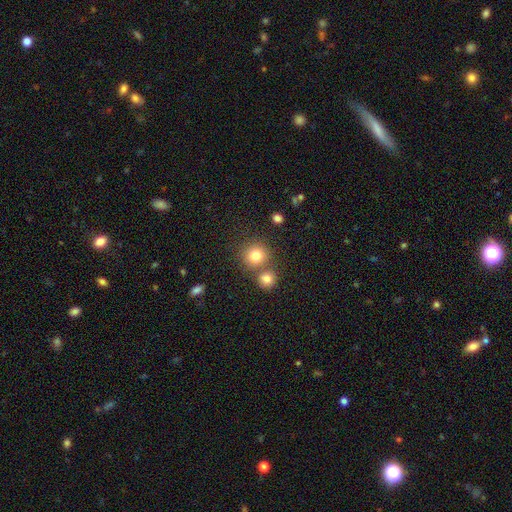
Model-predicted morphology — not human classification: Smooth or featured? smooth (80%)
How rounded? round (90%)
Merging? none (66%)